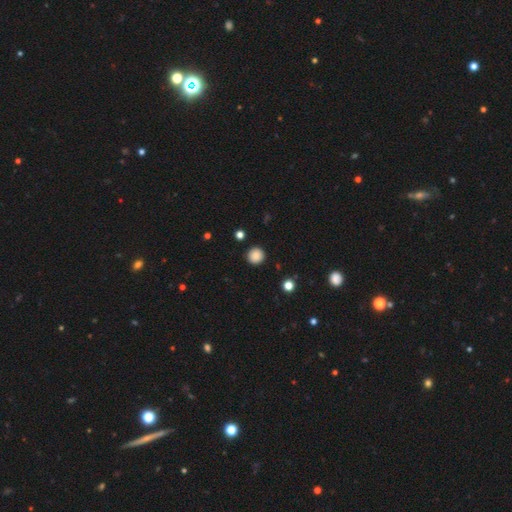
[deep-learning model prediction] The model was most divided on "smooth or featured": smooth: 86%, star or artifact: 10%, featured or disk: 3%. More confident: how rounded — round (94%); merging — none (92%).